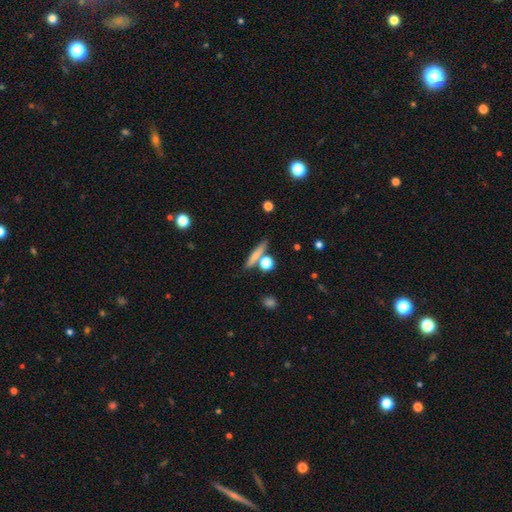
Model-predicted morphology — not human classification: Smooth or featured: smooth — 68% (featured or disk — 24%)
How rounded: cigar-shaped — 76% (in between — 12%)
Merging: none — 72% (merger — 14%)